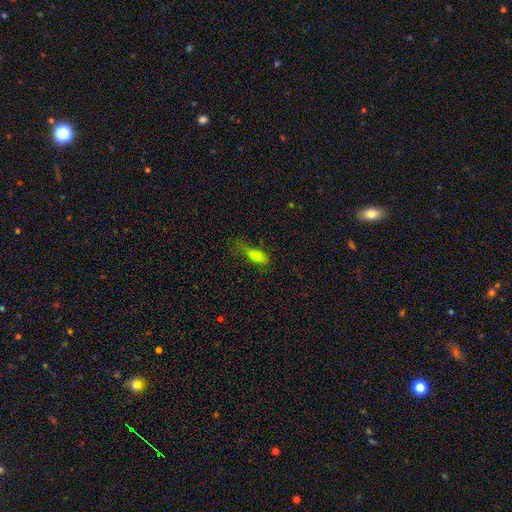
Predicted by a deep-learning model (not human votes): Smooth or featured? Predicted: smooth (p=0.75). How rounded? Predicted: in between (p=0.71). Merging? Predicted: major disturbance (p=0.34).